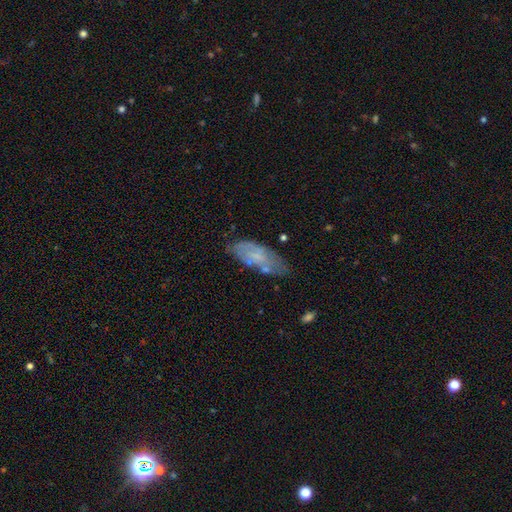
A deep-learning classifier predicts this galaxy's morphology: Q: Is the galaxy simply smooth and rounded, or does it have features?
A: smooth — 52%.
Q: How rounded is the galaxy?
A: in between — 78%.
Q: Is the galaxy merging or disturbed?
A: none — 59%.